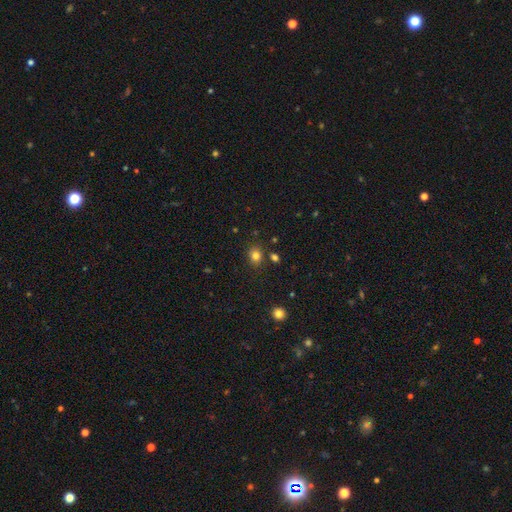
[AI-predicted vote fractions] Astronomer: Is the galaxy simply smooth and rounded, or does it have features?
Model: smooth — 80%.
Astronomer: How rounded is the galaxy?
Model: round — 57% (runner-up: in between, 43%).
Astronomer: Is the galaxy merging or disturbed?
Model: none — 82%.